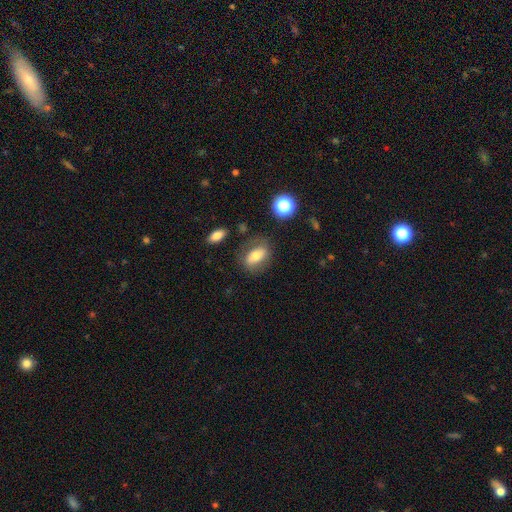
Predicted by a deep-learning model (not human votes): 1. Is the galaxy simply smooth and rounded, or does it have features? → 60% smooth, 30% featured or disk, 10% star or artifact.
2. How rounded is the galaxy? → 79% in between, 16% round, 5% cigar-shaped.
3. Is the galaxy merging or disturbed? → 71% none, 17% minor disturbance, 9% major disturbance, 3% merger.